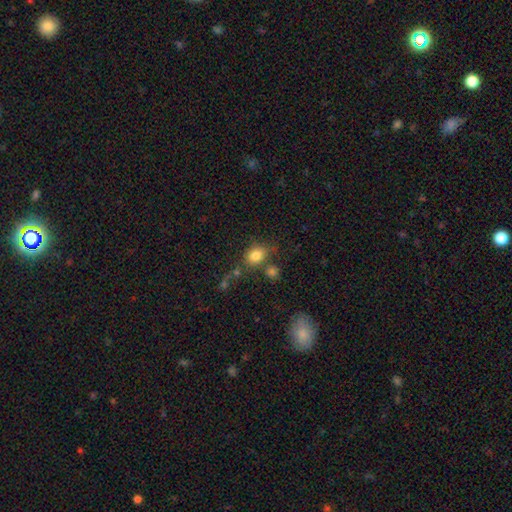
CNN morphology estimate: This appears to be a smooth galaxy with no disk features (81%) that is in between round and cigar-shaped (60%). Merging: none (64%).